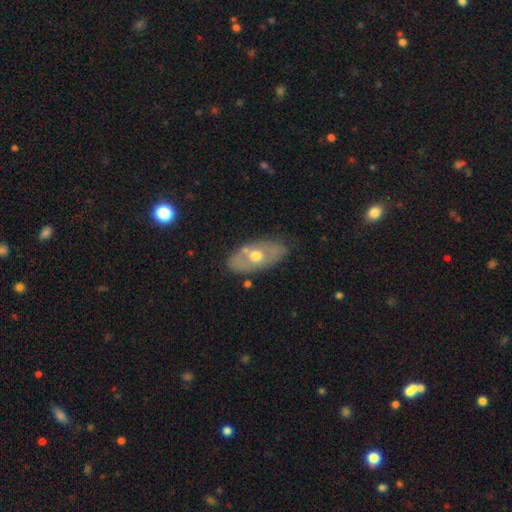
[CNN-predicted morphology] This is possibly a featured or disk galaxy (51%). It is clearly not viewed edge-on (83%). Merging: likely none (72%).